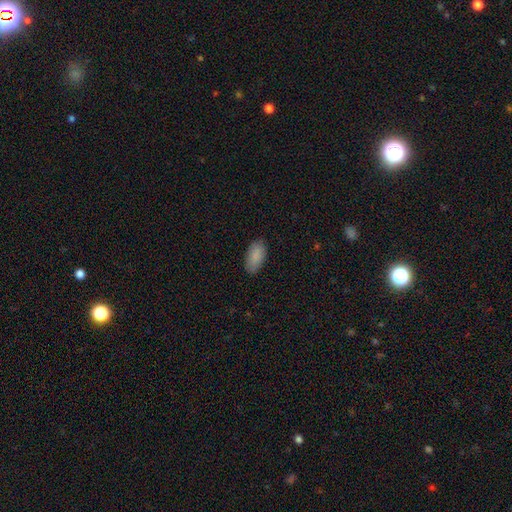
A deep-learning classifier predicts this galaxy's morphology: Overall: smooth (89%). How rounded: in between (93%). Merging: none (85%).